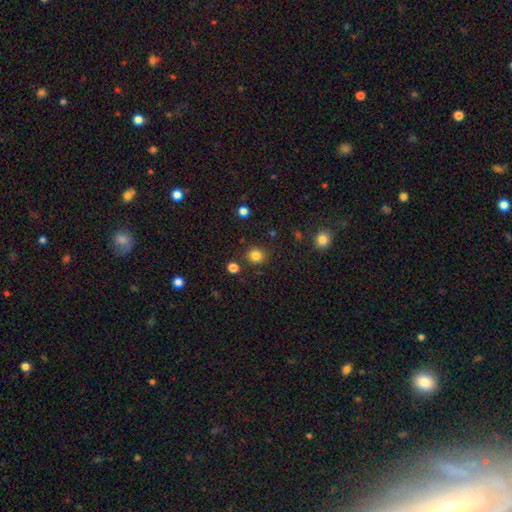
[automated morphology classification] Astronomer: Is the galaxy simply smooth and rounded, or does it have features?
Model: smooth — 83%.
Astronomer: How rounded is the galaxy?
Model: round — 86%.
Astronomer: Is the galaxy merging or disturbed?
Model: none — 85%.